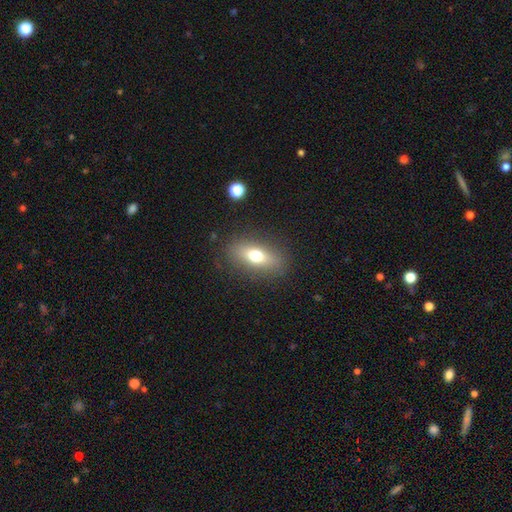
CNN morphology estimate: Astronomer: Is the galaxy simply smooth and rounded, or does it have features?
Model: smooth — 67%.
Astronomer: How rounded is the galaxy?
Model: in between — 77%.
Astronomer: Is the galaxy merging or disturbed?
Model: none — 85%.